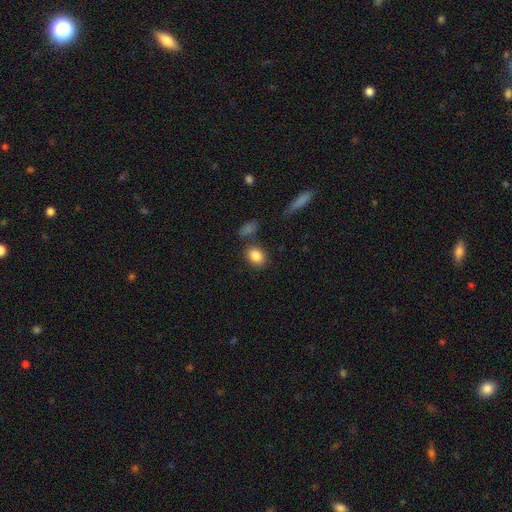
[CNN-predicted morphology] Smooth or featured: smooth — 85% (star or artifact — 8%)
How rounded: in between — 62% (round — 37%)
Merging: none — 76% (minor disturbance — 12%)